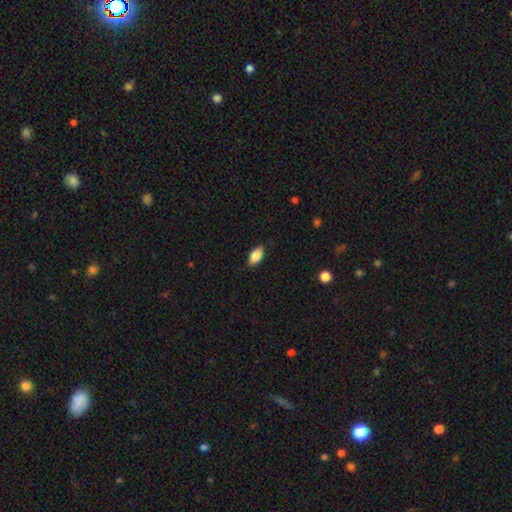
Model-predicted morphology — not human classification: type=smooth (83%); roundness=in between (90%); merging=none (84%).